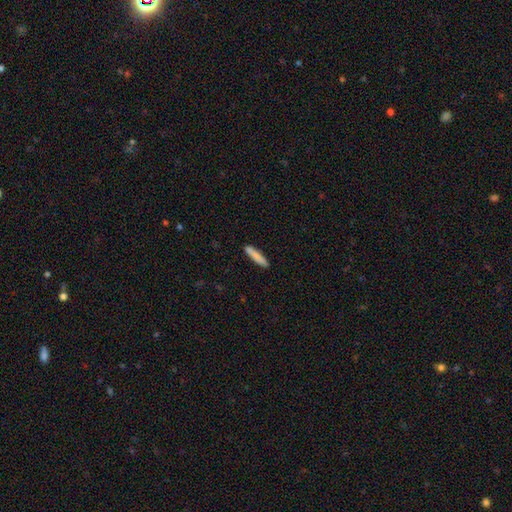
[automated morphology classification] Q: Smooth or featured?
A: smooth (84%); runner-up: featured or disk (10%)
Q: How rounded?
A: cigar-shaped (90%); runner-up: in between (9%)
Q: Merging?
A: none (88%); runner-up: minor disturbance (9%)